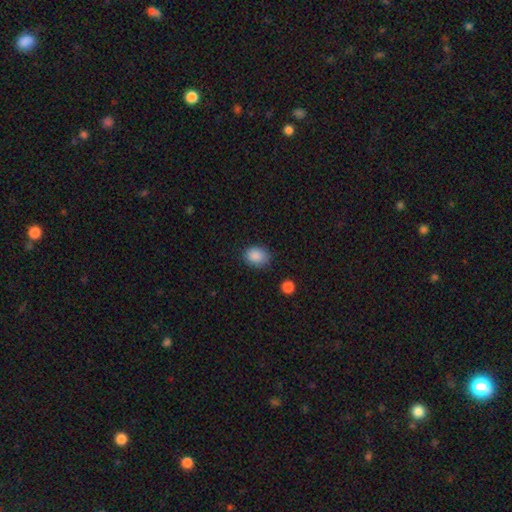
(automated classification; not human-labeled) Smooth or featured? smooth (87%)
How rounded? in between (53%)
Merging? none (78%)